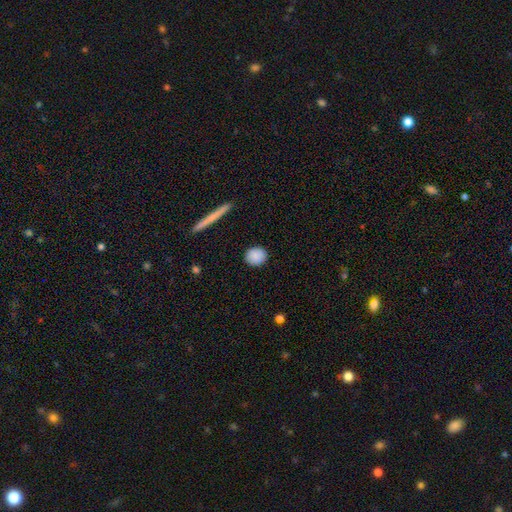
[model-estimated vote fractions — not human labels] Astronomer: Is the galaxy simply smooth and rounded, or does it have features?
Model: smooth — 88%.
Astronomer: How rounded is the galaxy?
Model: round — 85%.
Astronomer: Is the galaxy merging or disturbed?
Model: none — 91%.